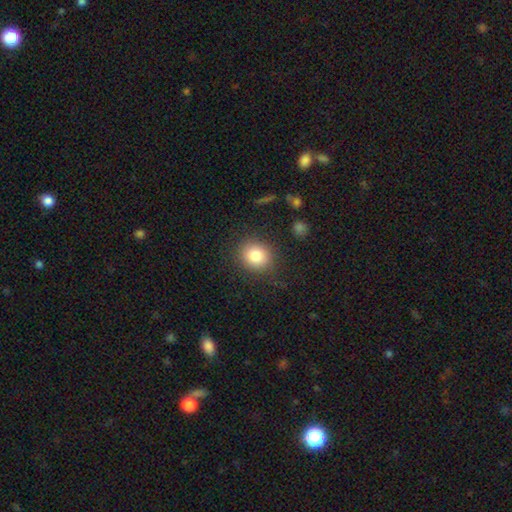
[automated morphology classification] smooth 83%, star or artifact 10%, featured or disk 7%. Down the decision tree: how rounded — round (75%); merging — none (84%).